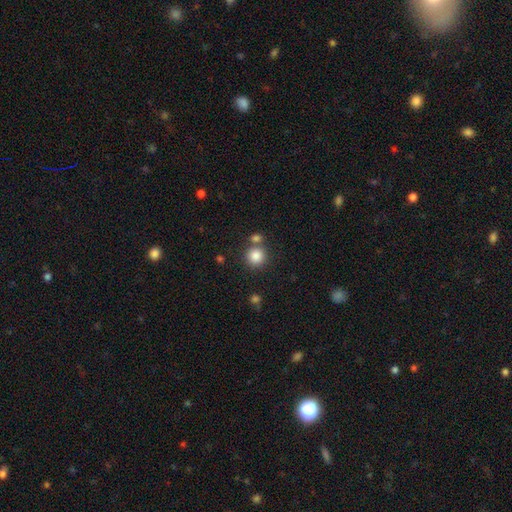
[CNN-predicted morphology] smooth-or-featured: smooth: 85% | star or artifact: 10% | featured or disk: 5%
  how-rounded: round: 92% | in between: 7% | cigar-shaped: 1%
  merging: none: 70% | merger: 18% | minor disturbance: 8% | major disturbance: 3%